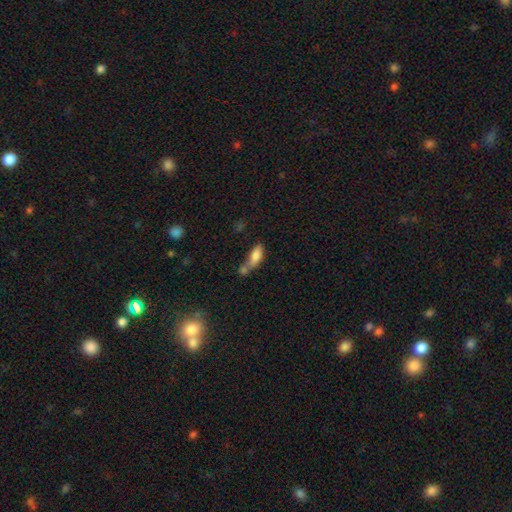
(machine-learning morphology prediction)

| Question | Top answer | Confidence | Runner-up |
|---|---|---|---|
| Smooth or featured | smooth | 78% | featured or disk (13%) |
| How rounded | in between | 74% | cigar-shaped (23%) |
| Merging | merger | 54% | none (24%) |